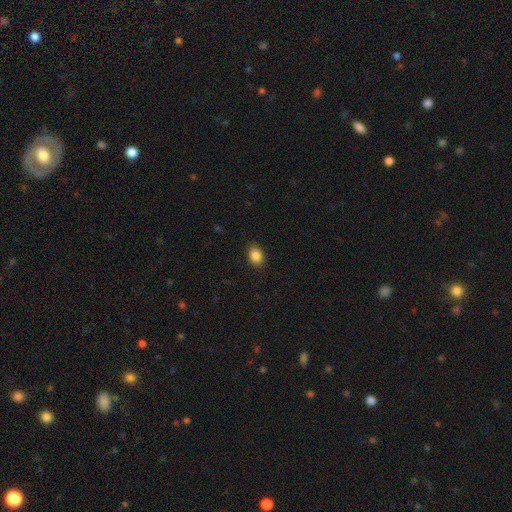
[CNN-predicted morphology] Overall: smooth (87%). How rounded: in between (67%; round 32%). Merging: none (89%).